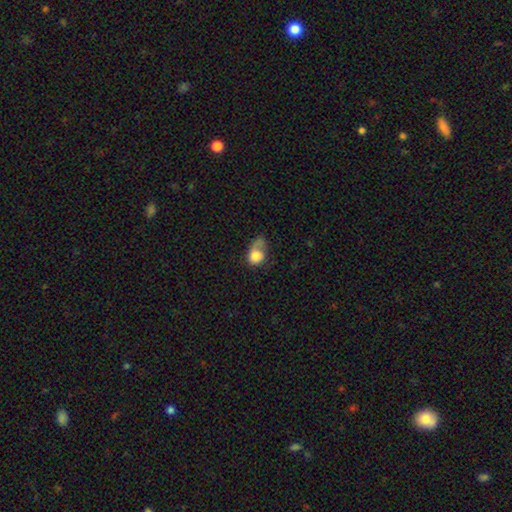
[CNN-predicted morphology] smooth 74%, featured or disk 18%, star or artifact 8%. Down the decision tree: how rounded — in between (57%); merging — major disturbance (41%).